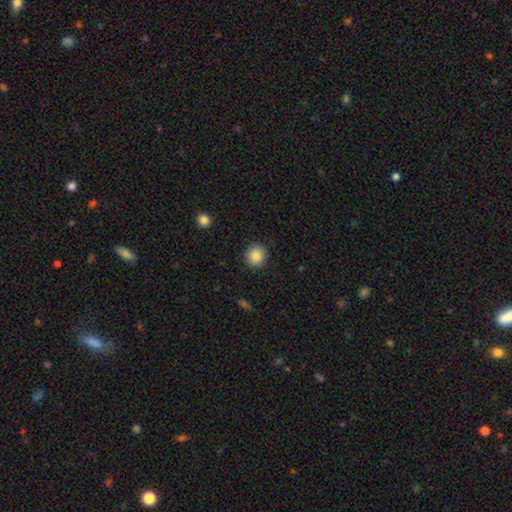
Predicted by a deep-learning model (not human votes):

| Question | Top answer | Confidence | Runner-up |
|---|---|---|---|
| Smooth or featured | smooth | 87% | star or artifact (9%) |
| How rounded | round | 87% | in between (12%) |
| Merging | none | 90% | minor disturbance (6%) |